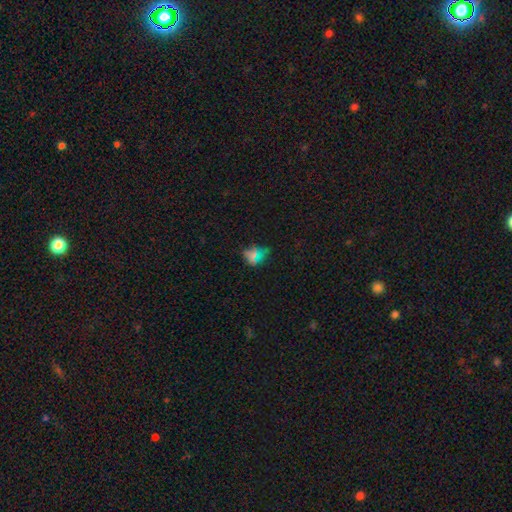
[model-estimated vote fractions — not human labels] smooth-or-featured: smooth: 52% | star or artifact: 38% | featured or disk: 10%
  how-rounded: round: 53% | in between: 43% | cigar-shaped: 4%
  merging: none: 70% | minor disturbance: 18% | major disturbance: 8% | merger: 4%